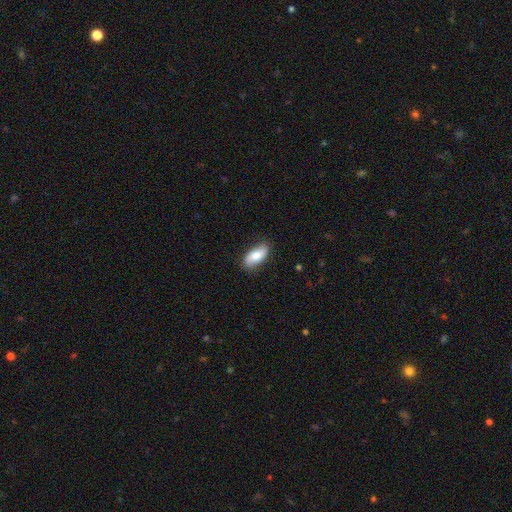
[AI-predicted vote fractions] A smooth galaxy with no disk features (73%) that is in between round and cigar-shaped (89%). Merging: none (81%).